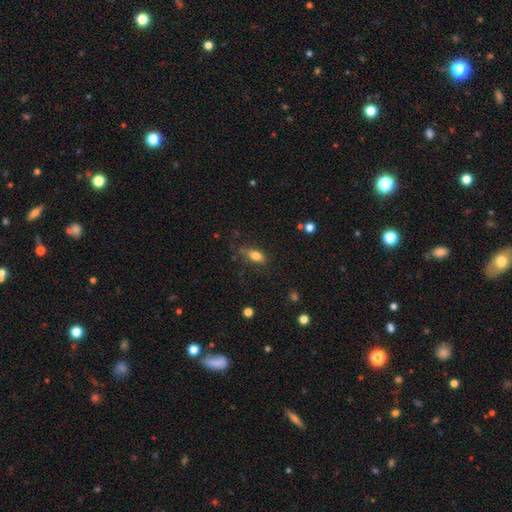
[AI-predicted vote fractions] This is likely a smooth galaxy (76%). How rounded: likely in between (79%). Merging: likely none (69%).